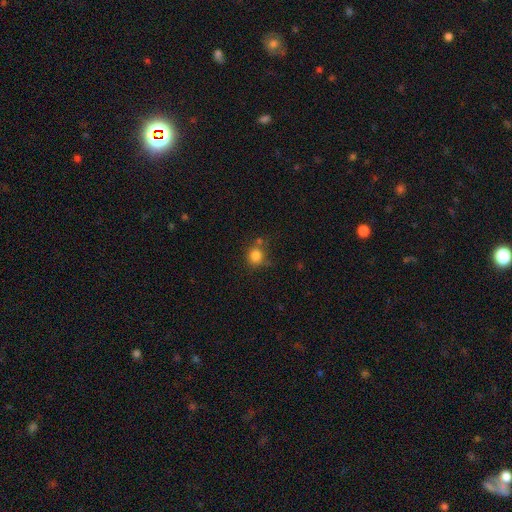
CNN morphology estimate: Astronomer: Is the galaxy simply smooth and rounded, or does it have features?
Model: smooth — 82%.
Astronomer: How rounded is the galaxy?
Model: round — 84%.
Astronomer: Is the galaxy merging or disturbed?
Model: none — 63%.